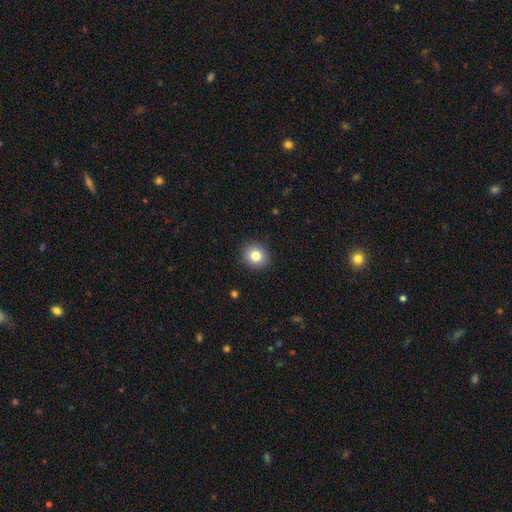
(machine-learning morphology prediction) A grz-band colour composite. It shows a smooth galaxy with no disk features (82%) that is round (83%). Merging: none (91%).